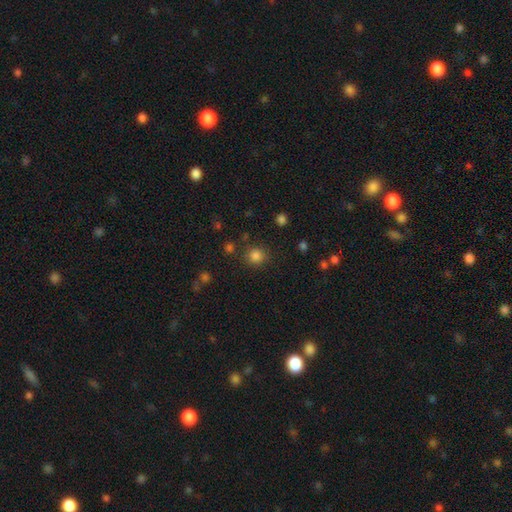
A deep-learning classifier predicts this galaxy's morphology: smooth_or_featured: smooth (p=0.82) [alt: star or artifact p=0.14]
how_rounded: round (p=0.90) [alt: in between p=0.09]
merging: none (p=0.85) [alt: minor disturbance p=0.08]